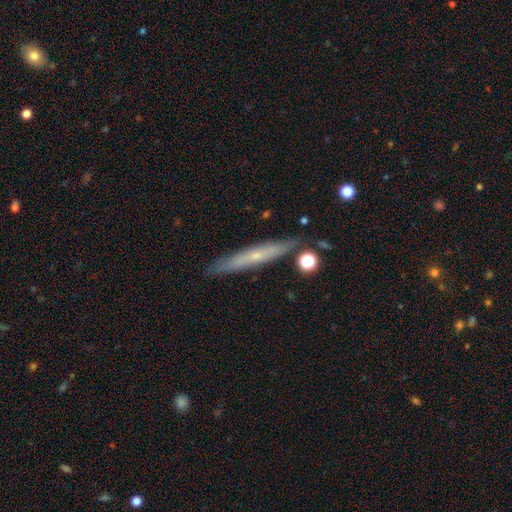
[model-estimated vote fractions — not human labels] The model was most divided on "smooth or featured": featured or disk: 50%, smooth: 43%, star or artifact: 7%. More confident: merging — none (84%).